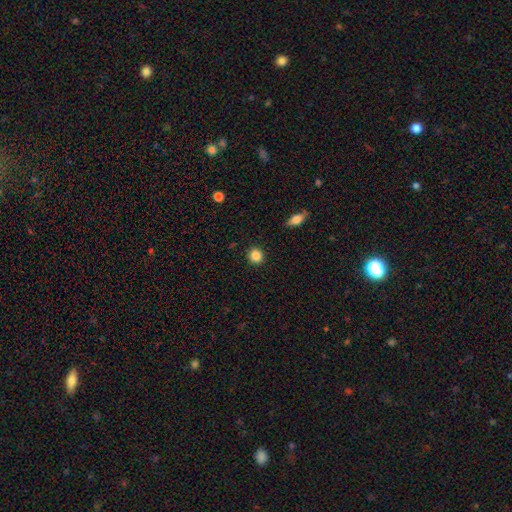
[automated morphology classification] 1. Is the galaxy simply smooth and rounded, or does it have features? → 86% smooth, 10% star or artifact, 4% featured or disk.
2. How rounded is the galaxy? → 90% round, 9% in between, 1% cigar-shaped.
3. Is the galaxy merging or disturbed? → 92% none, 5% minor disturbance, 2% major disturbance, 1% merger.